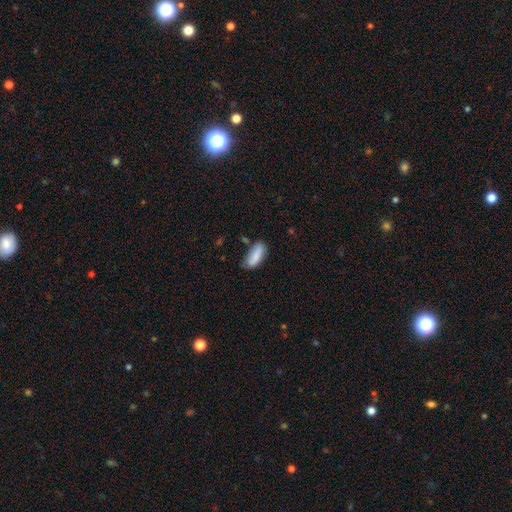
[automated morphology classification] This is clearly a smooth galaxy (84%). How rounded: likely in between (76%). Merging: likely none (62%).